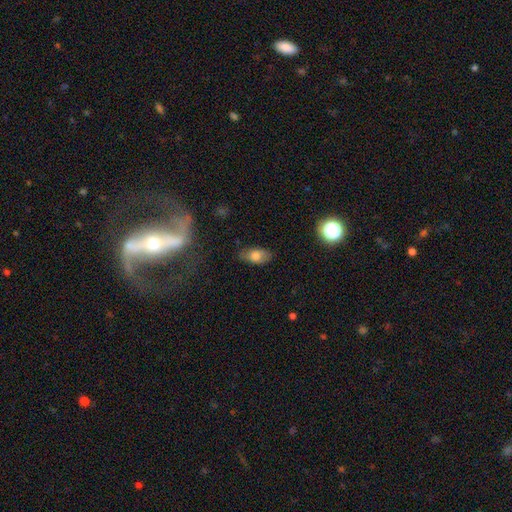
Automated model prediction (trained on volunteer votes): Smooth or featured?
  - smooth: 74% *
  - featured or disk: 17%
  - star or artifact: 9%
How rounded?
  - in between: 89% *
  - round: 5%
  - cigar-shaped: 5%
Merging?
  - none: 78% *
  - minor disturbance: 17%
  - major disturbance: 4%
  - merger: 2%